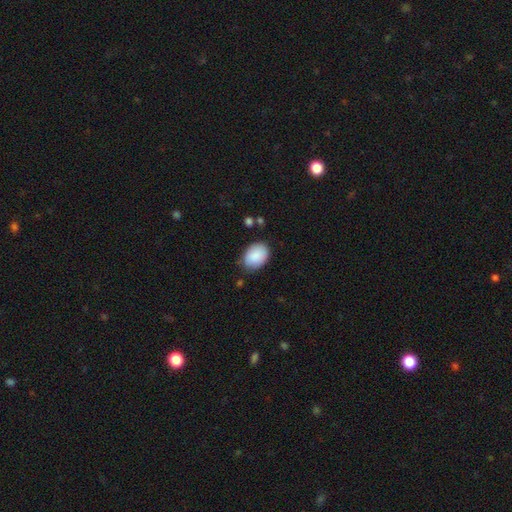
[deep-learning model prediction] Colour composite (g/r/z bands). It shows a smooth galaxy with no disk features (89%) that is in between round and cigar-shaped (80%). Merging: none (79%).